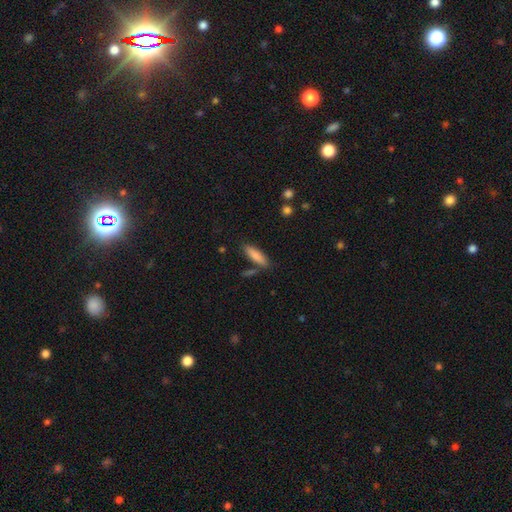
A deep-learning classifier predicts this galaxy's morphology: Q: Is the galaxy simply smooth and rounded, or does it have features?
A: smooth — 85%.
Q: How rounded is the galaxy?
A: cigar-shaped — 59%.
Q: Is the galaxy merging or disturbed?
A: none — 79%.